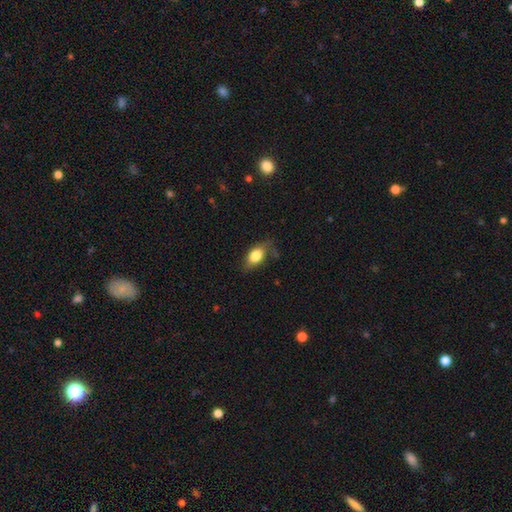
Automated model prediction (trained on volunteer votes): Morphology: type=smooth (76%); roundness=in between (82%); merging=none (63%).